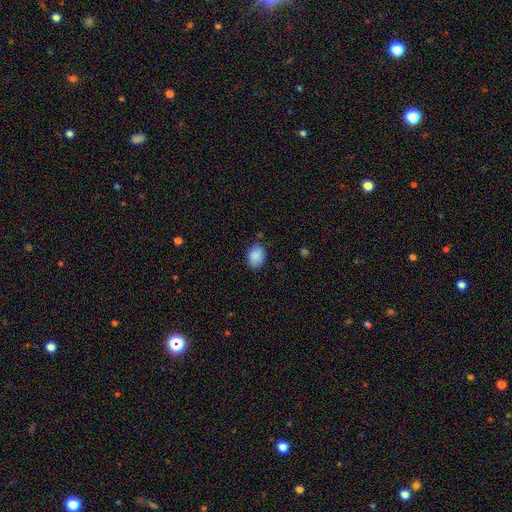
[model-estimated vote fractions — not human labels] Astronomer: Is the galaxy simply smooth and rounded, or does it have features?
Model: smooth — 88%.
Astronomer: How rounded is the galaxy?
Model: in between — 70%.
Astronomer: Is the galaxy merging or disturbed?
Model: none — 76%.